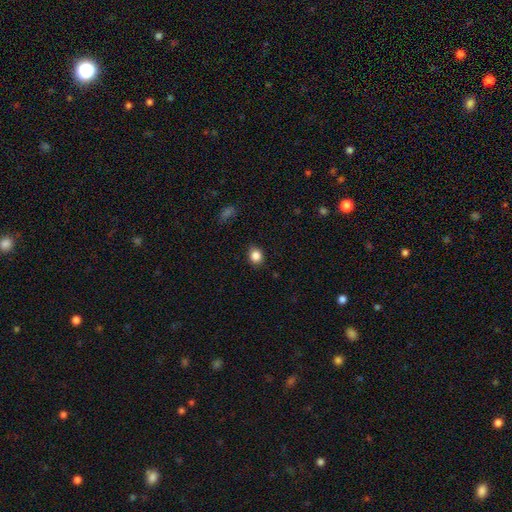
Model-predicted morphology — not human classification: This appears to be a smooth galaxy with no disk features (85%) that is round (71%). Merging: none (83%).